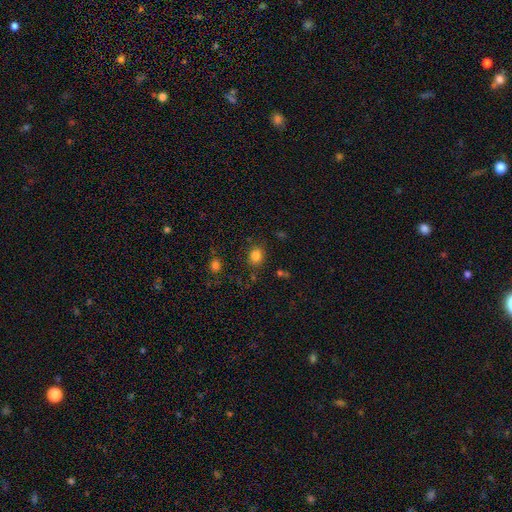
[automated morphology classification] This appears to be a smooth galaxy with no disk features (82%) that is round (62%). Merging: none (82%).